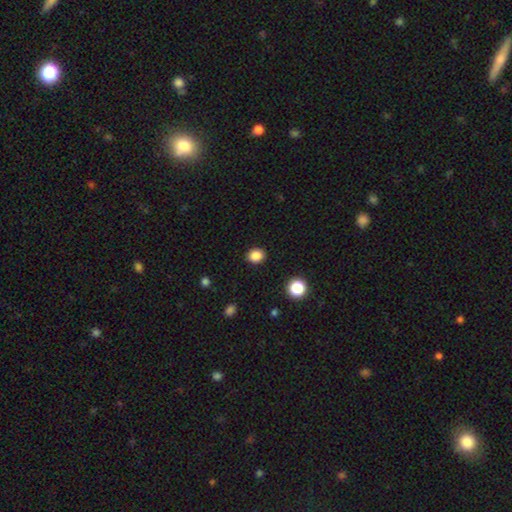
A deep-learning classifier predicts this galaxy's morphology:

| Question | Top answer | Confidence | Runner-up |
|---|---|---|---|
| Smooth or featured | smooth | 86% | star or artifact (11%) |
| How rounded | round | 62% | in between (38%) |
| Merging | none | 90% | minor disturbance (7%) |